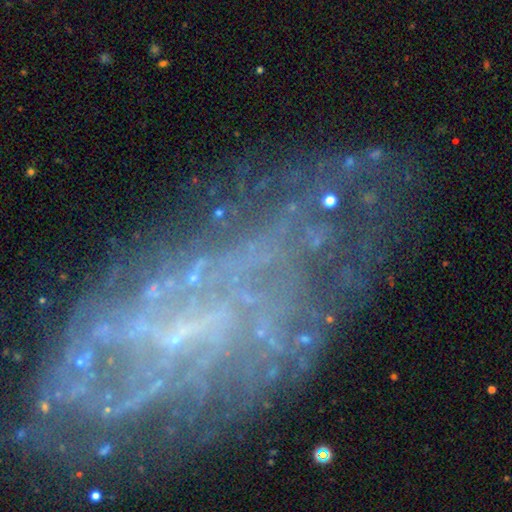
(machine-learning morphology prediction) Q: Smooth or featured?
A: featured or disk (69%); runner-up: star or artifact (20%)
Q: Edge-on disk?
A: no (95%); runner-up: yes (5%)
Q: Bar?
A: no (52%); runner-up: weak (33%)
Q: Spiral arms?
A: yes (73%); runner-up: no (27%)
Q: Bulge size?
A: small (46%); runner-up: none (42%)
Q: Merging?
A: none (55%); runner-up: major disturbance (22%)